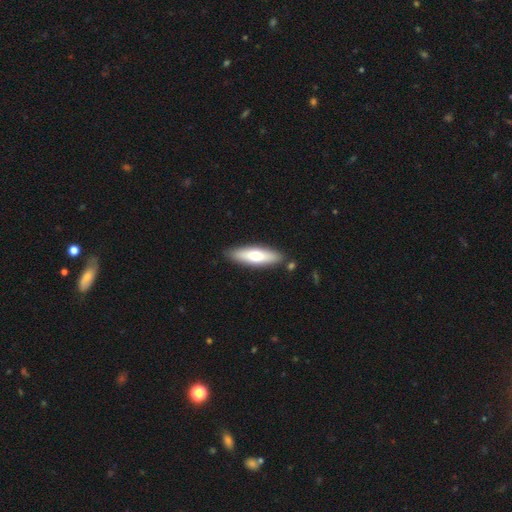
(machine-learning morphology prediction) Smooth or featured? smooth (62%)
How rounded? cigar-shaped (57%)
Merging? none (86%)